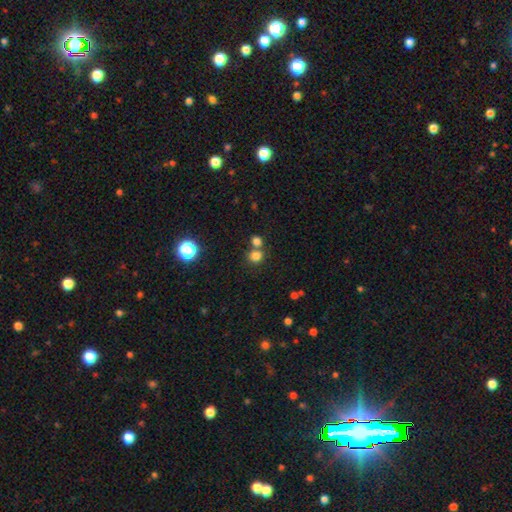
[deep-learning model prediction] A smooth galaxy with no disk features (78%) that is round (83%). Merging: none (58%).